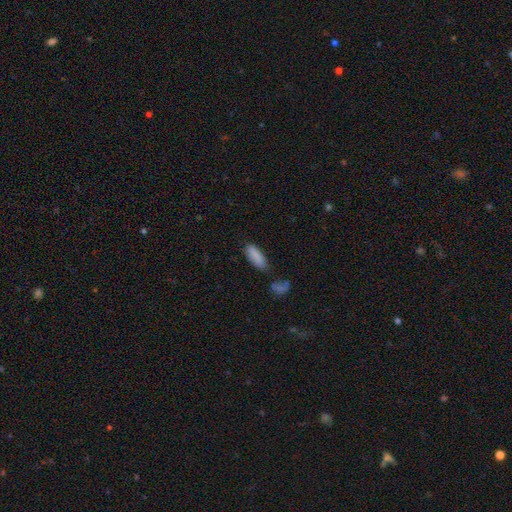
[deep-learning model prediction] This is clearly a smooth galaxy (85%). How rounded: likely in between (66%). Merging: likely none (63%).